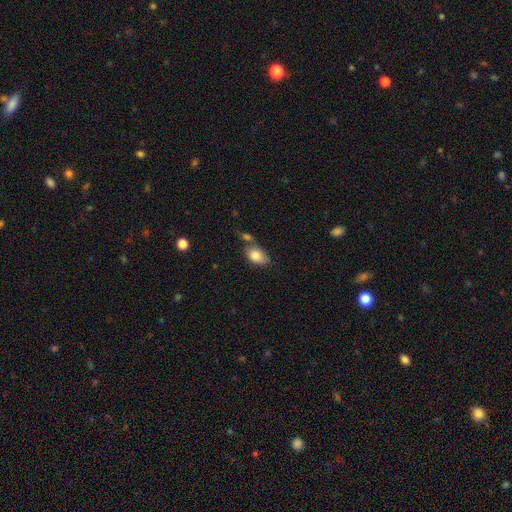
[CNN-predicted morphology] A smooth galaxy with no disk features (82%) that is in between round and cigar-shaped (86%).

Vote fractions:
- Smooth or featured? smooth: 82% / featured or disk: 11% / star or artifact: 7%
- How rounded? in between: 86% / round: 13% / cigar-shaped: 2%
- Merging? none: 51% / merger: 25% / minor disturbance: 18% / major disturbance: 6%